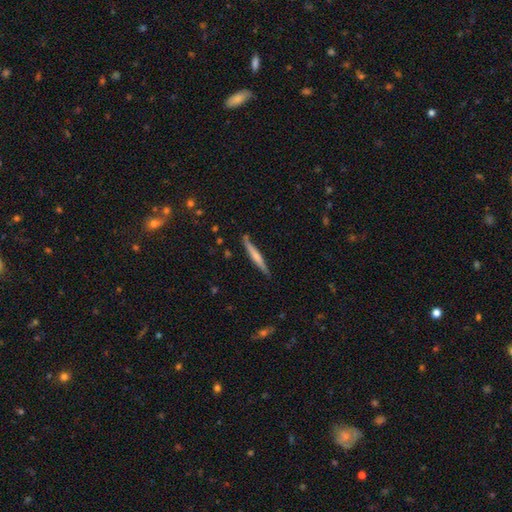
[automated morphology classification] This is possibly a smooth galaxy (53%). How rounded: clearly cigar-shaped (95%). Merging: clearly none (85%).